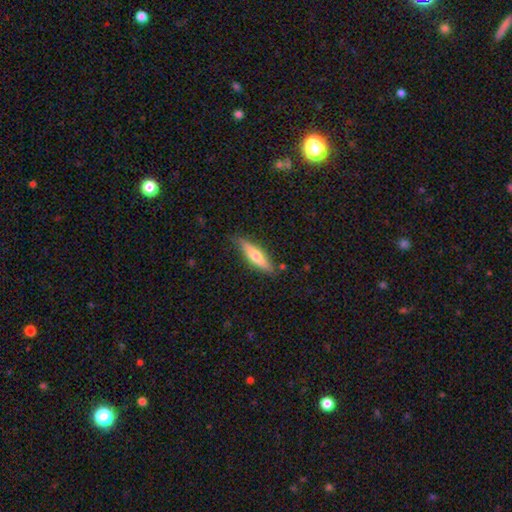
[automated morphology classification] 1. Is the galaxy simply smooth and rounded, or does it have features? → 51% smooth, 44% featured or disk, 6% star or artifact.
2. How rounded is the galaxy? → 75% cigar-shaped, 23% in between, 2% round.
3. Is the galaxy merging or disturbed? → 82% none, 13% minor disturbance, 3% major disturbance, 2% merger.